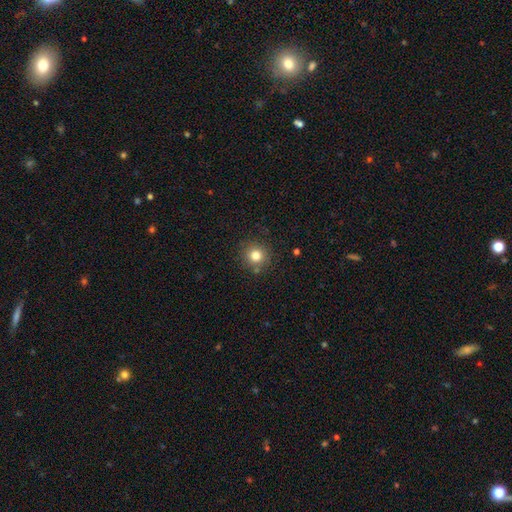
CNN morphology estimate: A smooth galaxy with no disk features (80%) that is round (93%). Merging: none (85%).